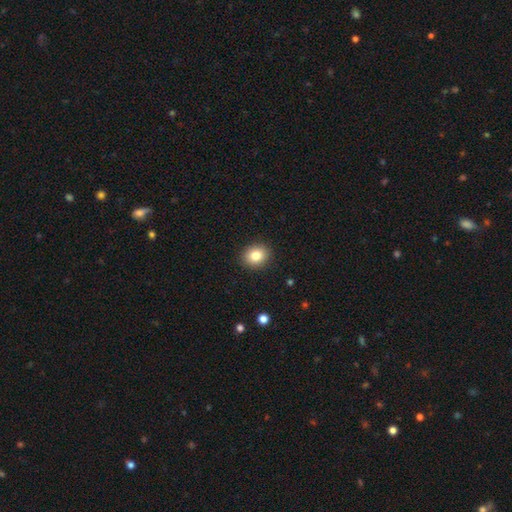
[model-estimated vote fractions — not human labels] smooth_or_featured: smooth (p=0.82) [alt: star or artifact p=0.10]
how_rounded: round (p=0.68) [alt: in between p=0.32]
merging: none (p=0.91) [alt: minor disturbance p=0.07]